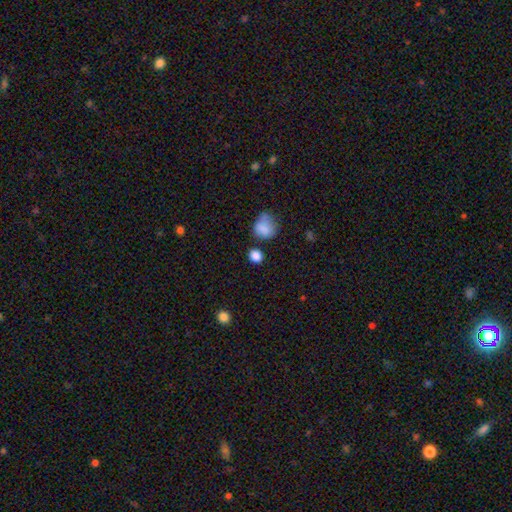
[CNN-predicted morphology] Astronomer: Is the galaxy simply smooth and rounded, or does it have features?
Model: smooth — 84%.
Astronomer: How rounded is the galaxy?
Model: round — 71%.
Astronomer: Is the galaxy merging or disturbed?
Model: none — 73%.